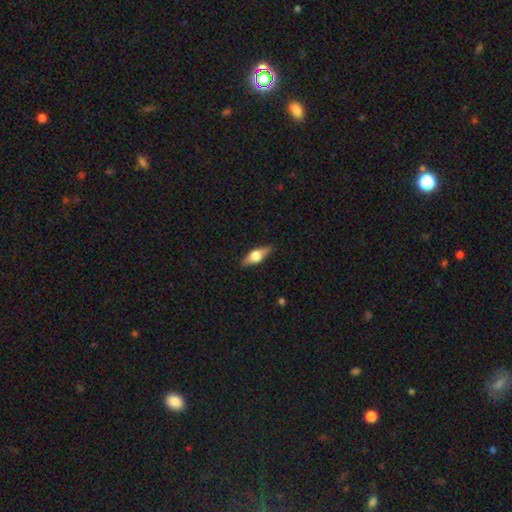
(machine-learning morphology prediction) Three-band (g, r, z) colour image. It shows a featured or disk galaxy (51%) viewed edge-on (93%). Merging: none (86%).